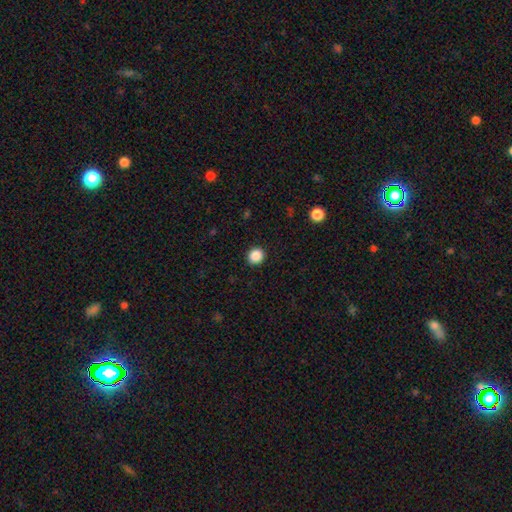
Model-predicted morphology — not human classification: This appears to be a smooth galaxy with no disk features (88%) that is round (91%). Merging: none (93%).